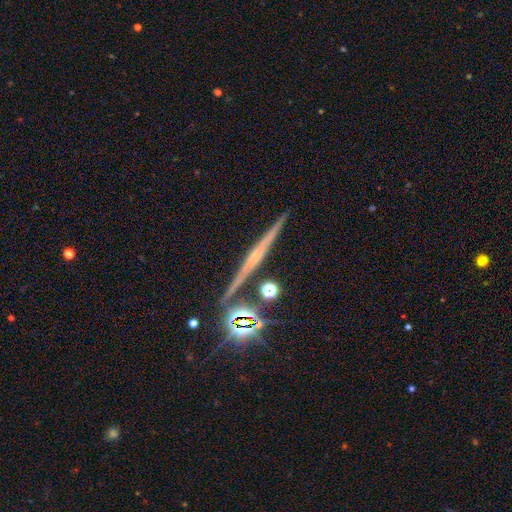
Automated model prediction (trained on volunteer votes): featured or disk 58%, star or artifact 22%, smooth 20%. Down the decision tree: edge-on disk — yes (96%); edge-on bulge — none (43%); merging — none (87%).